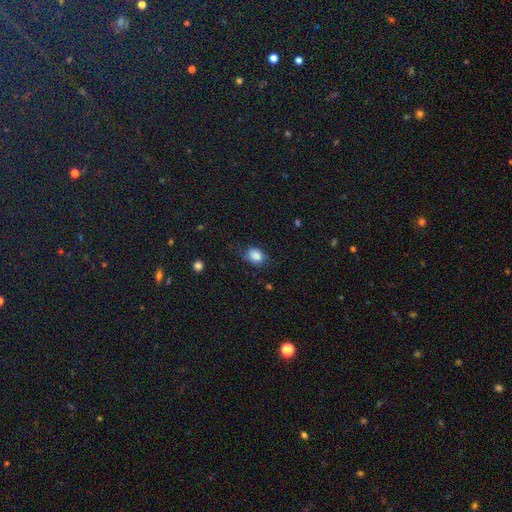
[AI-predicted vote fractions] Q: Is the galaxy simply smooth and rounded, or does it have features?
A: smooth — 81%.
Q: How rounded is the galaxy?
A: in between — 62%.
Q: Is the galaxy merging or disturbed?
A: none — 58%.